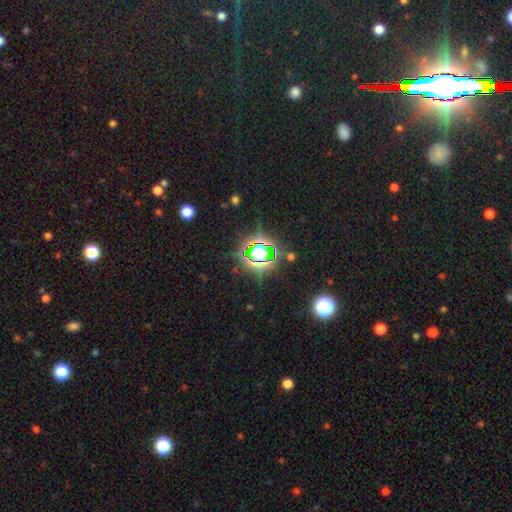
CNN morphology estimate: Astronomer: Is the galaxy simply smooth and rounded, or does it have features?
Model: star or artifact — 73%.